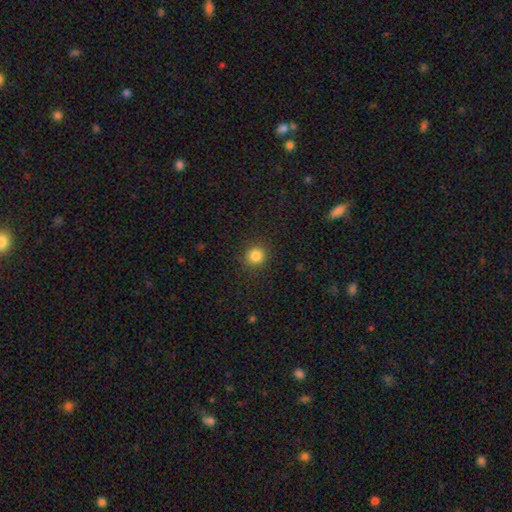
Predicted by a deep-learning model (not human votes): Morphology: type=smooth (84%); roundness=round (88%); merging=none (90%).